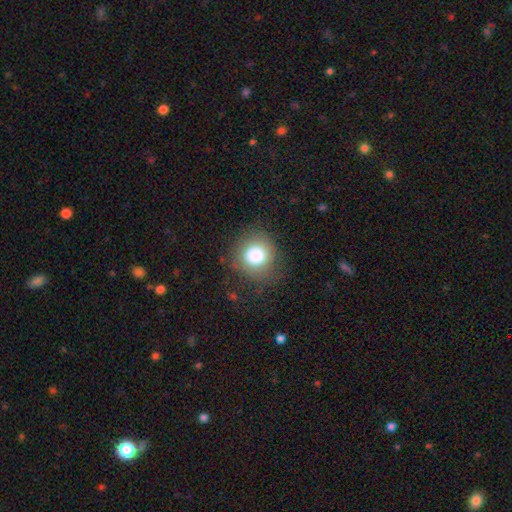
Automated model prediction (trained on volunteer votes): Q: Smooth or featured?
A: smooth (80%); runner-up: star or artifact (11%)
Q: How rounded?
A: round (90%); runner-up: in between (9%)
Q: Merging?
A: none (80%); runner-up: minor disturbance (13%)